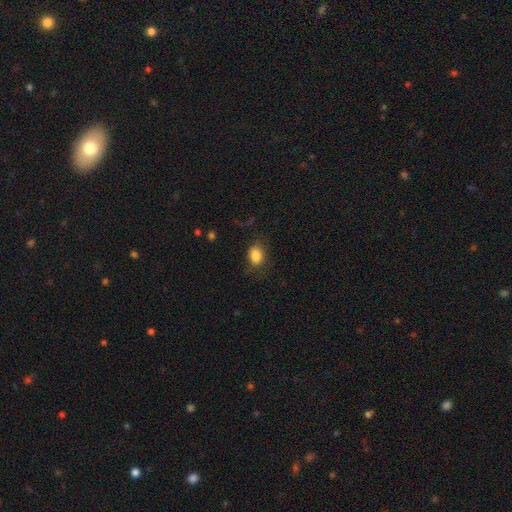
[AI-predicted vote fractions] Morphology: type=smooth (86%); roundness=in between (64%); merging=none (76%).